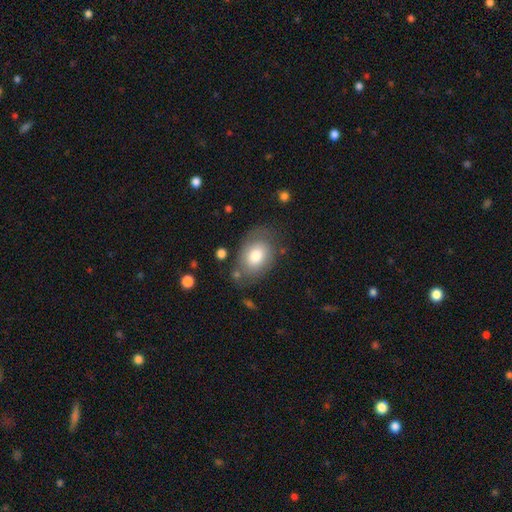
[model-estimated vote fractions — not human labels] Smooth or featured? Predicted: smooth (p=0.72). How rounded? Predicted: in between (p=0.75). Merging? Predicted: none (p=0.64).